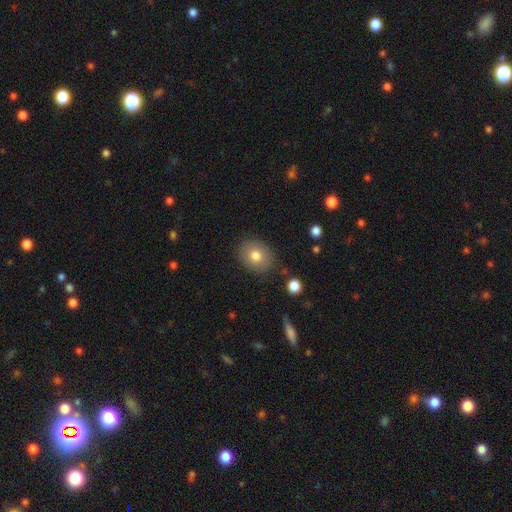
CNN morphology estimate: This appears to be a smooth galaxy with no disk features (77%) that is round (55%). Merging: none (81%).